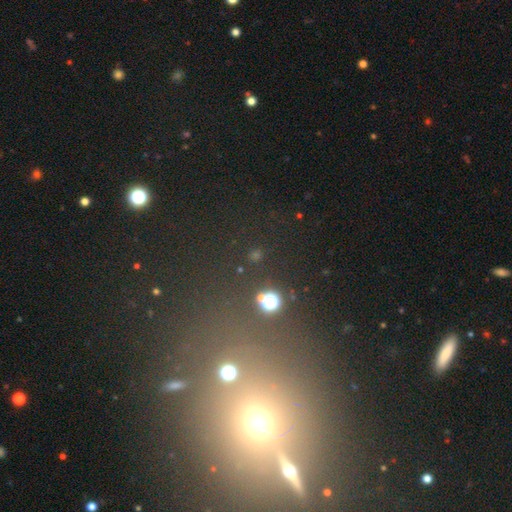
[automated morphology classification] Q: Smooth or featured?
A: star or artifact (52%); runner-up: smooth (39%)